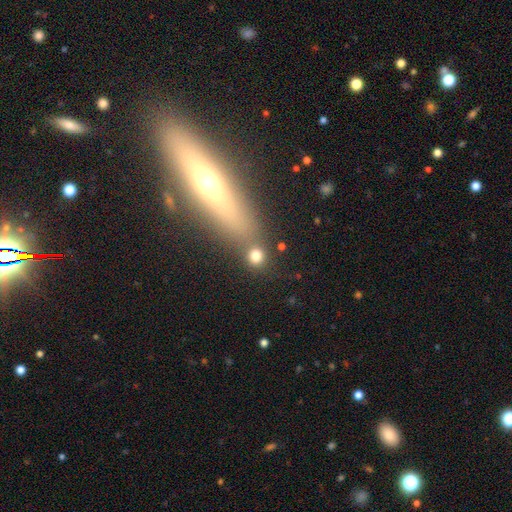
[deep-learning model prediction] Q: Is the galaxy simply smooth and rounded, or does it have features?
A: smooth — 79%.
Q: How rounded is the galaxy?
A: round — 84%.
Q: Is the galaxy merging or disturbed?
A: none — 71%.